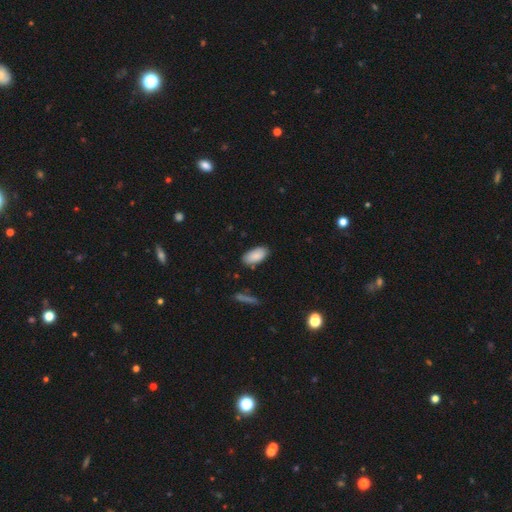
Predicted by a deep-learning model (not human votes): smooth_or_featured: smooth (p=0.88) [alt: star or artifact p=0.06]
how_rounded: in between (p=0.94) [alt: cigar-shaped p=0.04]
merging: none (p=0.83) [alt: minor disturbance p=0.12]